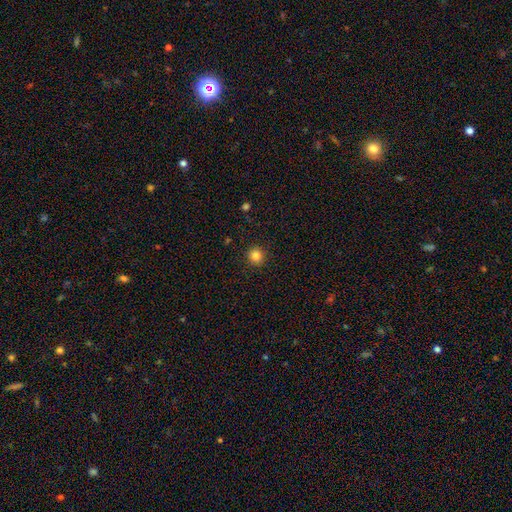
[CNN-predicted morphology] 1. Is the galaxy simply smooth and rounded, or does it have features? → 84% smooth, 11% star or artifact, 5% featured or disk.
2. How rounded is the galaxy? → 92% round, 7% in between, 1% cigar-shaped.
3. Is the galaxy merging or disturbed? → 92% none, 6% minor disturbance, 2% major disturbance, 1% merger.